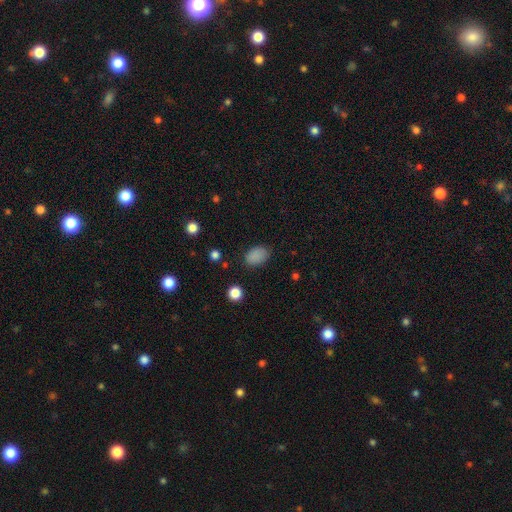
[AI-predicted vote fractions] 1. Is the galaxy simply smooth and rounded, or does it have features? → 85% smooth, 10% star or artifact, 4% featured or disk.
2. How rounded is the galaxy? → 86% in between, 13% round, 1% cigar-shaped.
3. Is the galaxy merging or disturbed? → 81% none, 14% minor disturbance, 4% major disturbance, 1% merger.